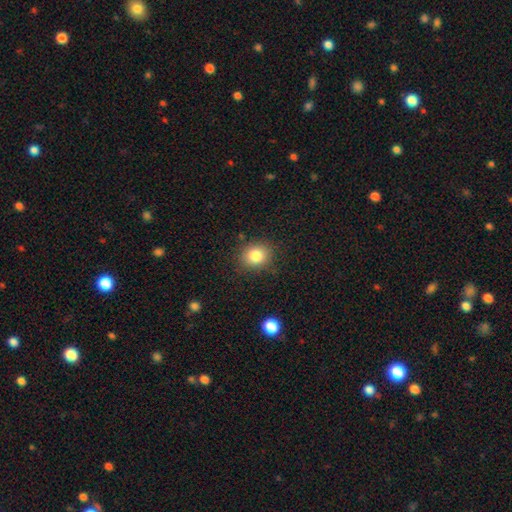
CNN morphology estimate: This is clearly a smooth galaxy (83%). How rounded: likely round (68%). Merging: clearly none (85%).